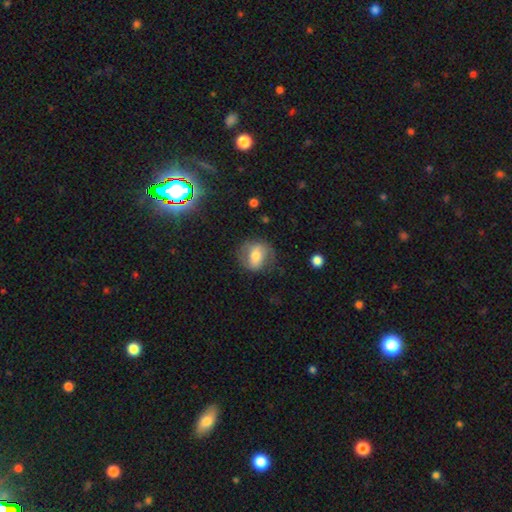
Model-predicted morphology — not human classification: smooth_or_featured: smooth (p=0.54) [alt: featured or disk p=0.37]
how_rounded: round (p=0.54) [alt: in between p=0.44]
merging: none (p=0.67) [alt: minor disturbance p=0.20]